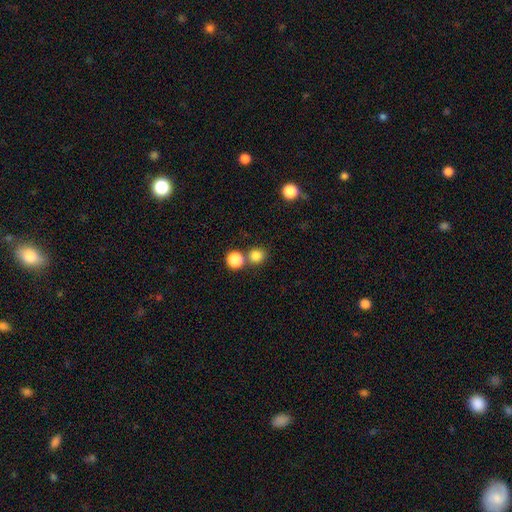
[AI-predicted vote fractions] Morphology: type=smooth (83%); roundness=round (89%); merging=none (66%).